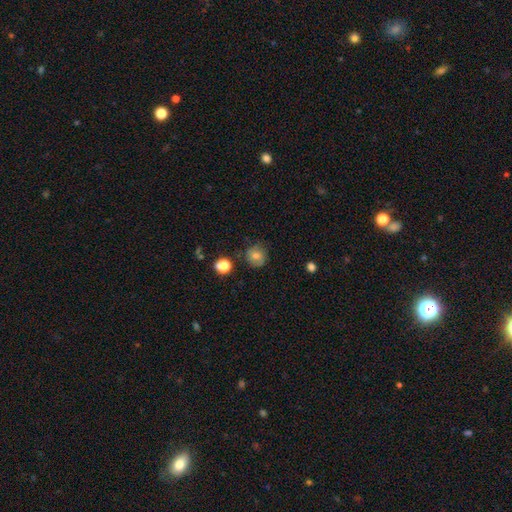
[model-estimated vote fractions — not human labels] A smooth galaxy with no disk features (71%) that is round (86%).

Vote fractions:
- Smooth or featured? smooth: 71% / featured or disk: 16% / star or artifact: 12%
- How rounded? round: 86% / in between: 13% / cigar-shaped: 1%
- Merging? none: 78% / minor disturbance: 16% / major disturbance: 4% / merger: 2%